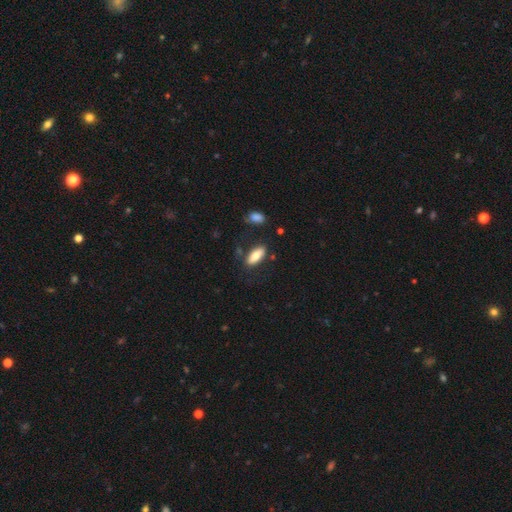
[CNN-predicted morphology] Smooth or featured?
  - smooth: 80% *
  - featured or disk: 14%
  - star or artifact: 6%
How rounded?
  - in between: 76% *
  - cigar-shaped: 22%
  - round: 2%
Merging?
  - none: 78% *
  - minor disturbance: 14%
  - major disturbance: 4%
  - merger: 4%